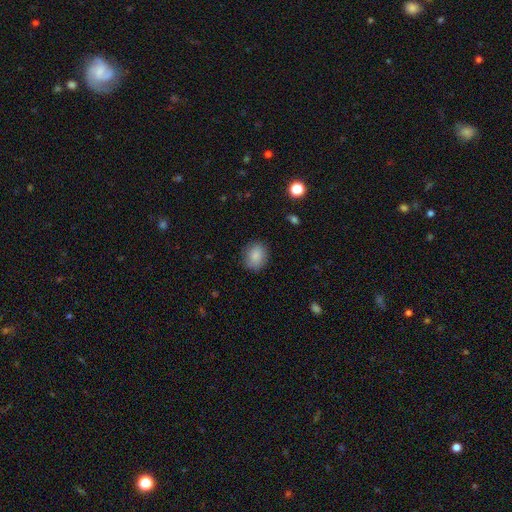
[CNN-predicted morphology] Smooth or featured?
  - smooth: 86% *
  - star or artifact: 8%
  - featured or disk: 6%
How rounded?
  - round: 63% *
  - in between: 36%
  - cigar-shaped: 1%
Merging?
  - none: 83% *
  - minor disturbance: 12%
  - major disturbance: 3%
  - merger: 1%